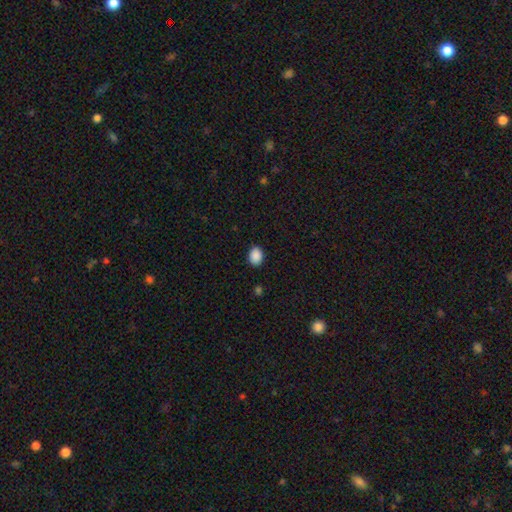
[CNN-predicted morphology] smooth 89%, star or artifact 8%, featured or disk 2%. Down the decision tree: how rounded — in between (65%); merging — none (89%).